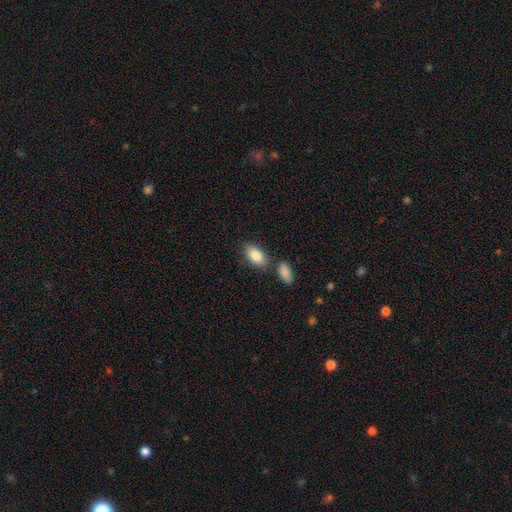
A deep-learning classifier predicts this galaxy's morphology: Smooth or featured?
  - smooth: 85% *
  - featured or disk: 8%
  - star or artifact: 6%
How rounded?
  - in between: 92% *
  - round: 5%
  - cigar-shaped: 3%
Merging?
  - none: 73% *
  - merger: 12%
  - minor disturbance: 11%
  - major disturbance: 3%